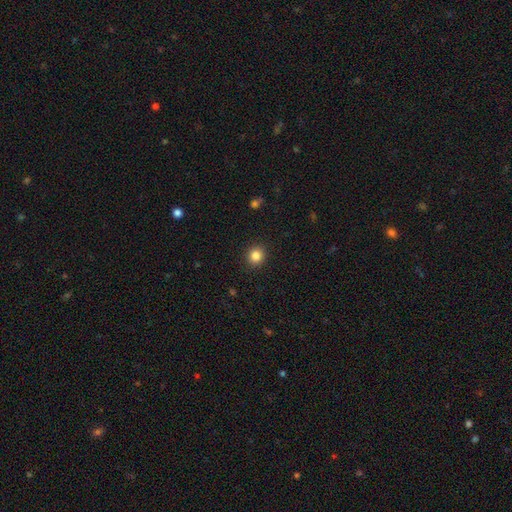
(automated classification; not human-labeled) The model was most divided on "smooth or featured": smooth: 85%, star or artifact: 11%, featured or disk: 4%. More confident: merging — none (91%); how rounded — round (87%).